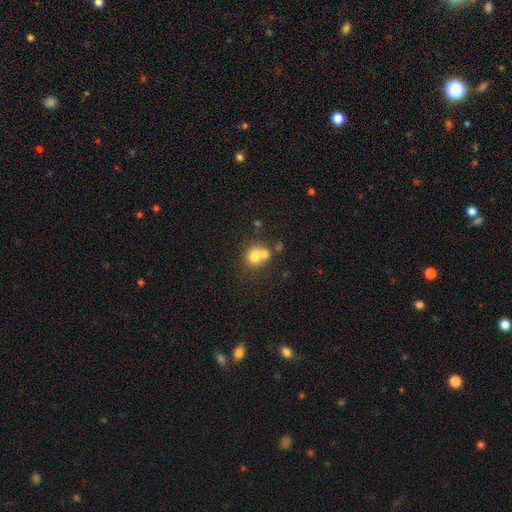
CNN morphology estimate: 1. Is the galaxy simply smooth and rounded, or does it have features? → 73% smooth, 15% featured or disk, 12% star or artifact.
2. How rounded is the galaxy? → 80% round, 19% in between, 1% cigar-shaped.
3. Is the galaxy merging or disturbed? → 50% merger, 39% none, 8% minor disturbance, 3% major disturbance.